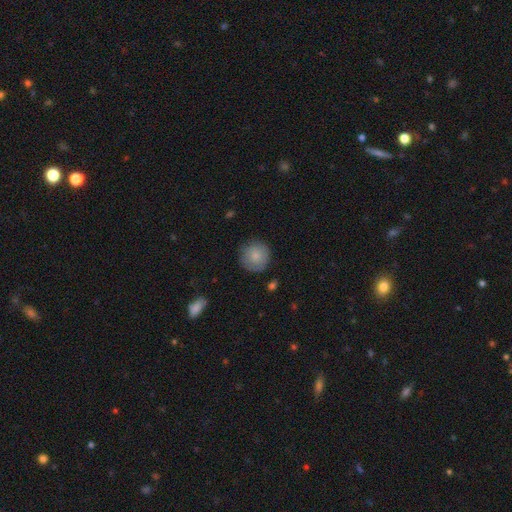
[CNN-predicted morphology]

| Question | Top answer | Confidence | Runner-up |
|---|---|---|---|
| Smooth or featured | smooth | 79% | featured or disk (14%) |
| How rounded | round | 93% | in between (6%) |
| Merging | none | 82% | minor disturbance (14%) |